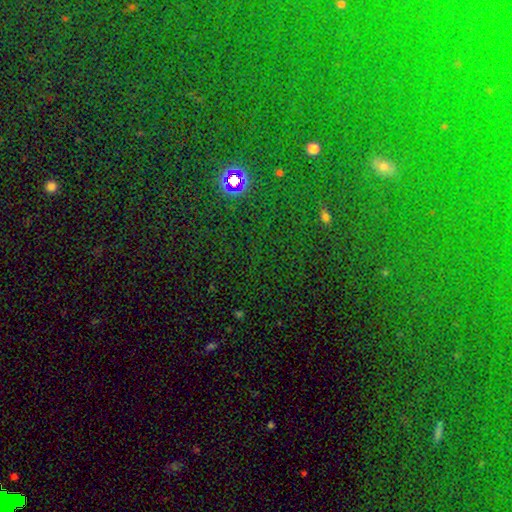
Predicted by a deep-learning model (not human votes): The model was most divided on "smooth or featured": star or artifact: 74%, smooth: 16%, featured or disk: 10%.